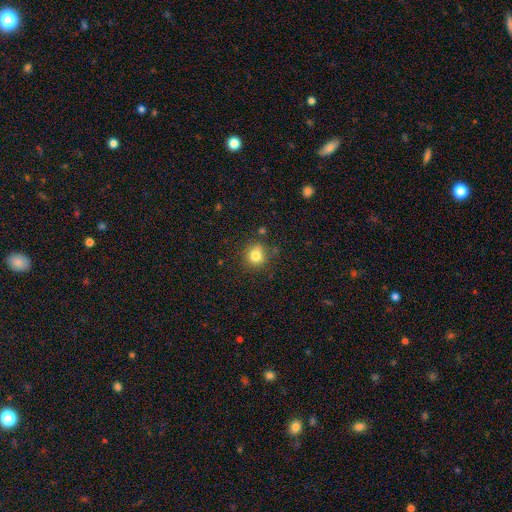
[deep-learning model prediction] A smooth galaxy with no disk features (81%) that is round (84%). Merging: none (79%).